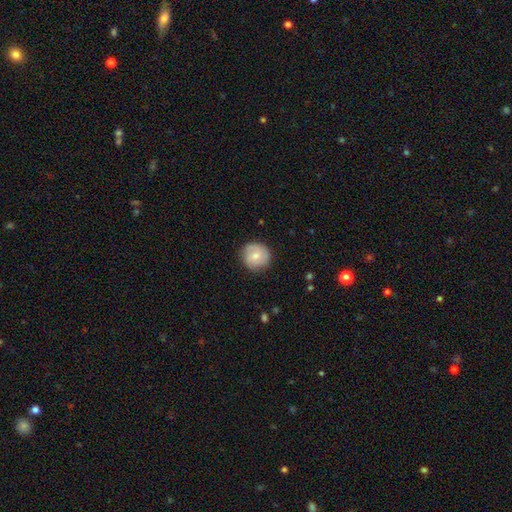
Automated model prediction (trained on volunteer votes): This is possibly a smooth galaxy (59%). How rounded: clearly round (92%). Merging: clearly none (83%).